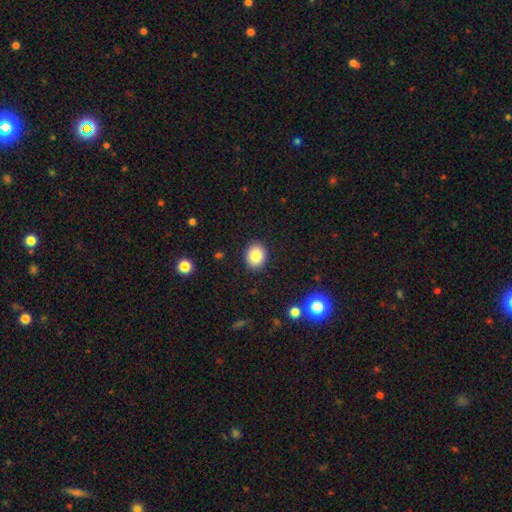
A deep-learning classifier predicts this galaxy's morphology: This appears to be a smooth galaxy with no disk features (83%) that is round (67%). Merging: none (90%).